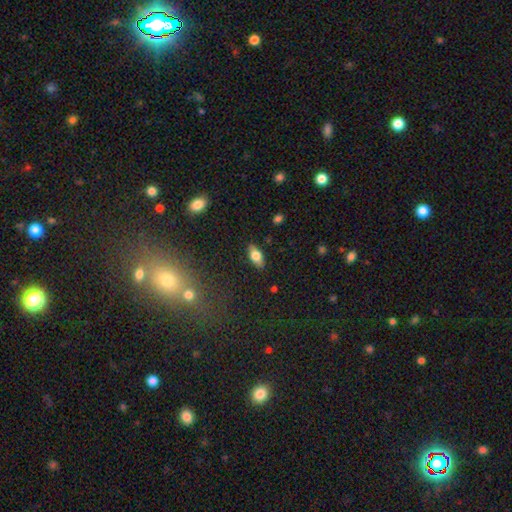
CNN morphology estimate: smooth_or_featured: smooth (p=0.71) [alt: featured or disk p=0.22]
how_rounded: in between (p=0.85) [alt: cigar-shaped p=0.11]
merging: none (p=0.88) [alt: minor disturbance p=0.09]